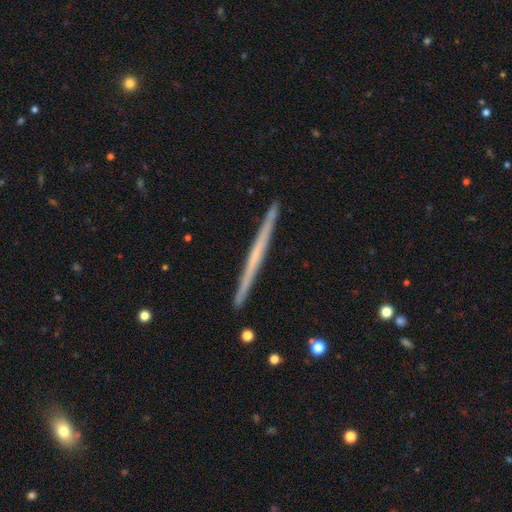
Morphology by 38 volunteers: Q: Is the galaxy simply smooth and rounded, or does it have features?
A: featured or disk — 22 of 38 (58%).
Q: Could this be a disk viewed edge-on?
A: yes — 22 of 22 (100%).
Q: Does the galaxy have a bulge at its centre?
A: none — 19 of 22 (86%).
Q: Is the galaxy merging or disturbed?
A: none — 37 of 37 (100%).